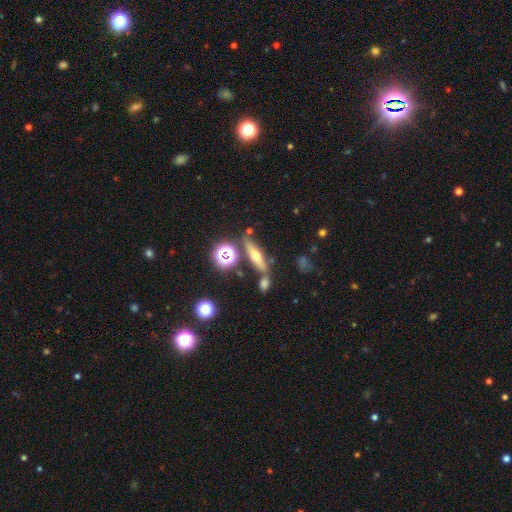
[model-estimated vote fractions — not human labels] This appears to be a featured or disk galaxy (43%). Merging: none (70%).